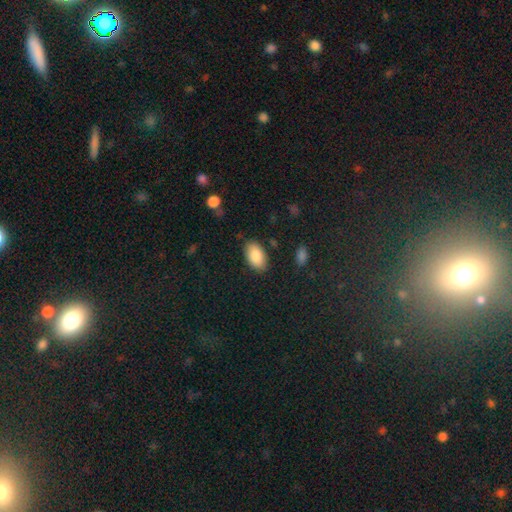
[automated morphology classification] smooth_or_featured: smooth (p=0.85) [alt: featured or disk p=0.08]
how_rounded: in between (p=0.94) [alt: round p=0.04]
merging: none (p=0.84) [alt: minor disturbance p=0.11]